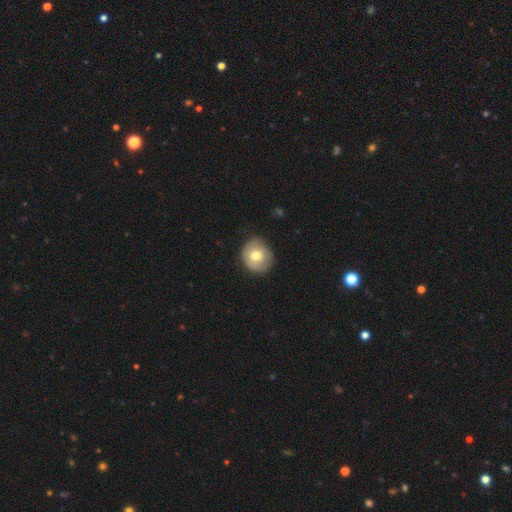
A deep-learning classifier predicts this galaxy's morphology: smooth 68%, featured or disk 25%, star or artifact 7%. Down the decision tree: how rounded — round (81%); merging — none (78%).